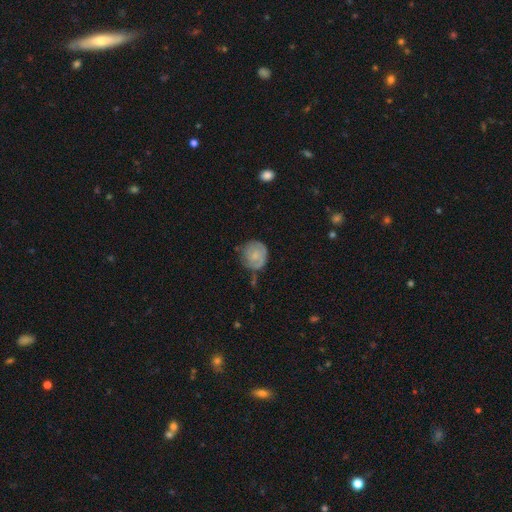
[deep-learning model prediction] Smooth or featured?
  - smooth: 58% *
  - featured or disk: 35%
  - star or artifact: 7%
How rounded?
  - round: 83% *
  - in between: 16%
  - cigar-shaped: 1%
Merging?
  - none: 56% *
  - minor disturbance: 30%
  - major disturbance: 10%
  - merger: 4%